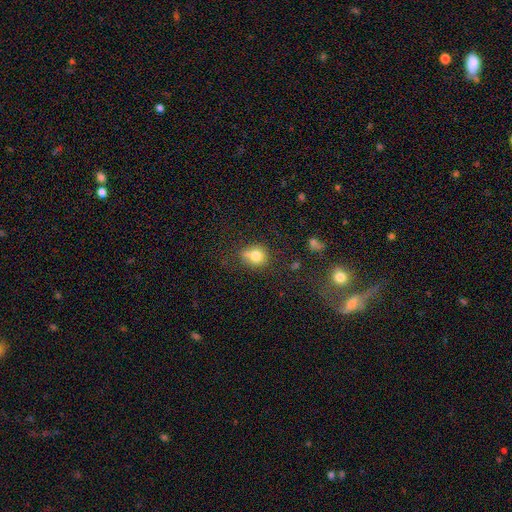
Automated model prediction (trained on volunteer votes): smooth-or-featured: smooth: 78% | star or artifact: 12% | featured or disk: 10%
  how-rounded: round: 71% | in between: 28% | cigar-shaped: 1%
  merging: none: 56% | minor disturbance: 23% | merger: 13% | major disturbance: 8%